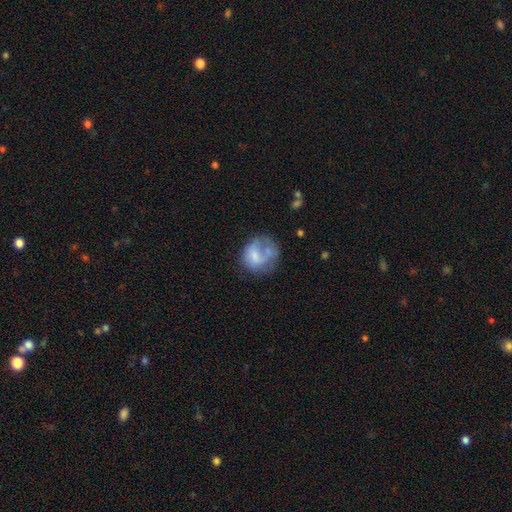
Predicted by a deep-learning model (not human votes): The model was most divided on "merging": none: 38%, major disturbance: 30%, minor disturbance: 23%, merger: 10%. More confident: how rounded — round (69%); smooth or featured — smooth (55%).